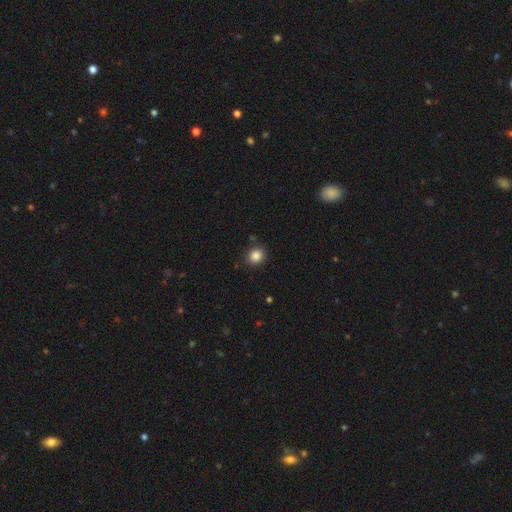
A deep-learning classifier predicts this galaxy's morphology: A smooth galaxy with no disk features (86%) that is round (85%). Merging: none (88%).